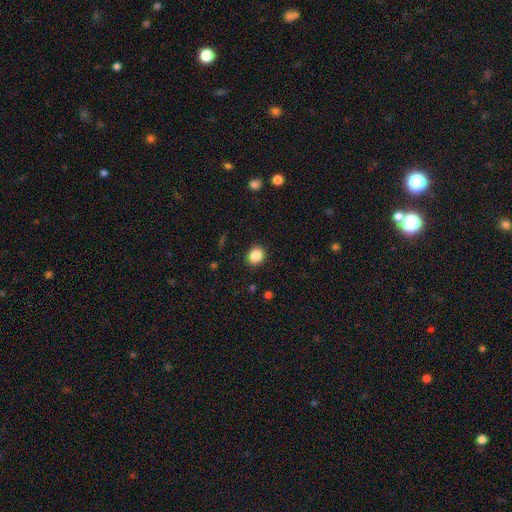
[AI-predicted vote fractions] This is clearly a smooth galaxy (87%). How rounded: likely round (69%). Merging: clearly none (90%).